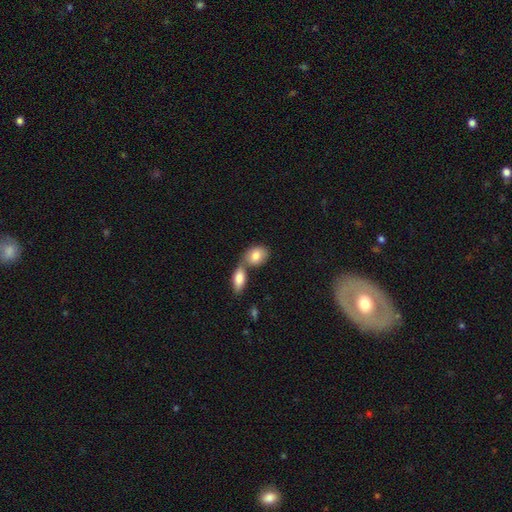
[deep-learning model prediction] Smooth or featured: smooth — 83% (featured or disk — 11%)
How rounded: in between — 72% (round — 25%)
Merging: merger — 49% (none — 38%)